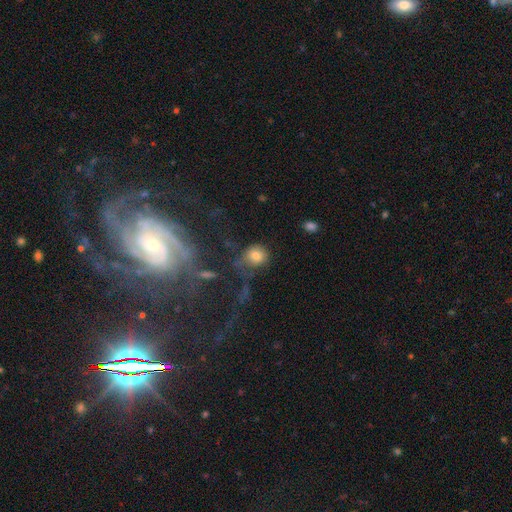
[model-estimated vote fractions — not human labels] The model was most divided on "merging": none: 49%, minor disturbance: 23%, major disturbance: 19%, merger: 8%. More confident: smooth or featured — smooth (73%); how rounded — round (73%).